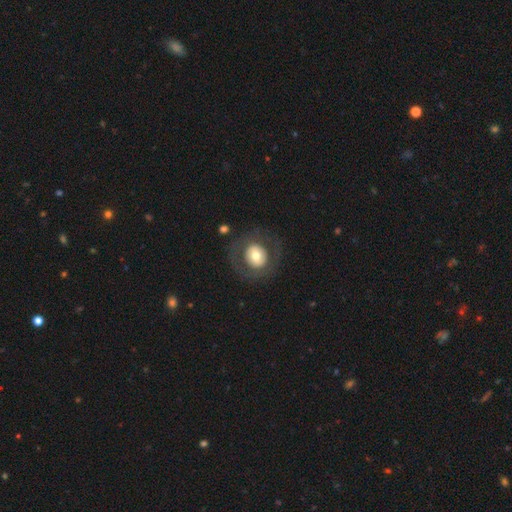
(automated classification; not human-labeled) Smooth or featured: smooth — 56% (featured or disk — 37%)
How rounded: round — 82% (in between — 17%)
Merging: none — 80% (minor disturbance — 9%)